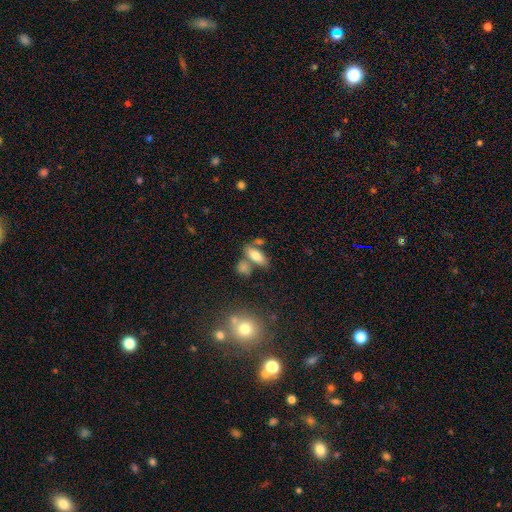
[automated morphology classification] smooth 73%, featured or disk 18%, star or artifact 9%. Down the decision tree: how rounded — in between (78%); merging — none (58%).